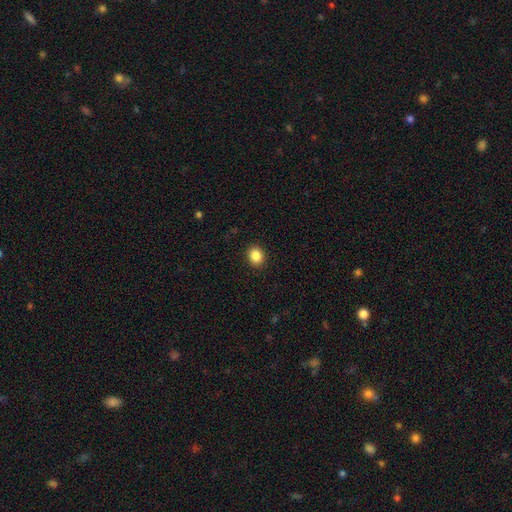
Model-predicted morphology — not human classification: A smooth galaxy with no disk features (87%) that is round (62%). Merging: none (92%).